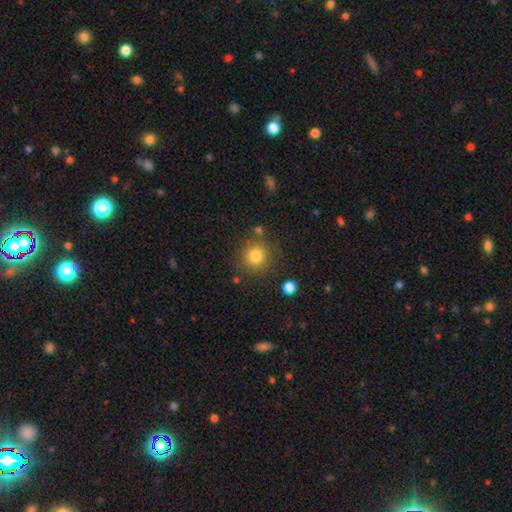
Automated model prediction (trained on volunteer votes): smooth 82%, star or artifact 11%, featured or disk 7%. Down the decision tree: how rounded — round (90%); merging — none (82%).